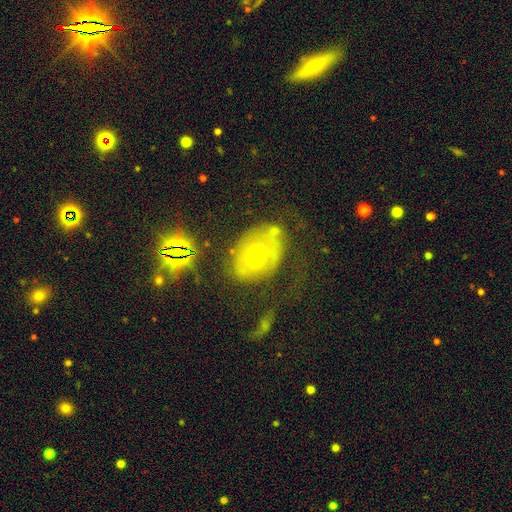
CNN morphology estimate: Smooth or featured? featured or disk (50%)
Edge-on disk? no (94%)
Merging? none (46%)